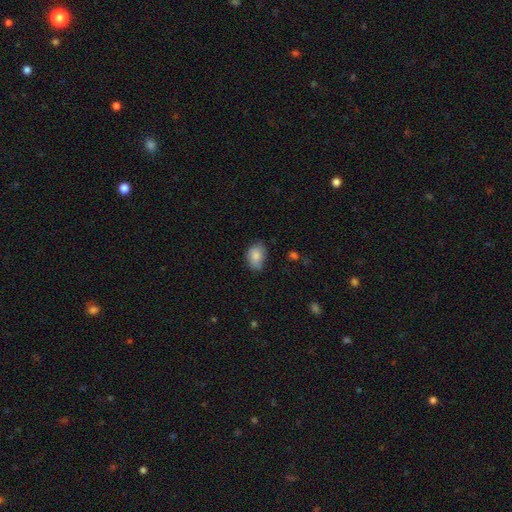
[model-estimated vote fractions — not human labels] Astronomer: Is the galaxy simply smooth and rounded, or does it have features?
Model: smooth — 84%.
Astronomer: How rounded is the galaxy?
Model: in between — 82%.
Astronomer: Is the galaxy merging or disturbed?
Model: none — 65%.